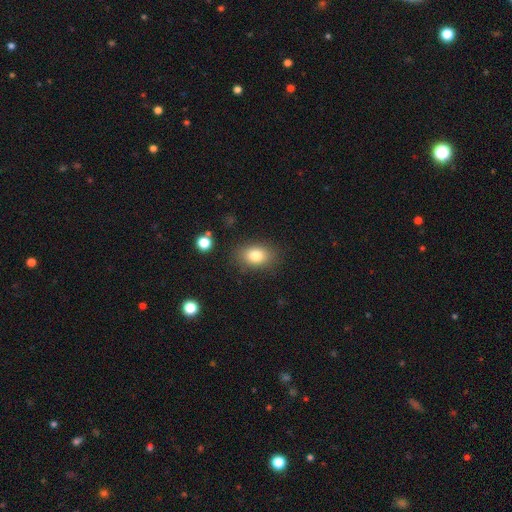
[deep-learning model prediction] smooth-or-featured: smooth: 80% | star or artifact: 10% | featured or disk: 10%
  how-rounded: in between: 76% | round: 22% | cigar-shaped: 1%
  merging: none: 85% | minor disturbance: 10% | major disturbance: 3% | merger: 2%